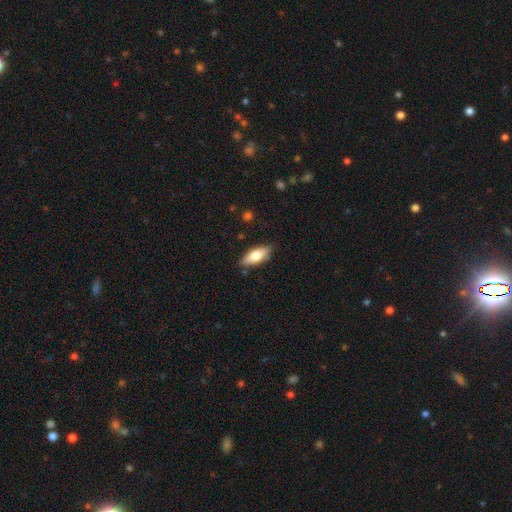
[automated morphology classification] This appears to be a smooth galaxy with no disk features (72%) that is in between round and cigar-shaped (73%). Merging: none (84%).